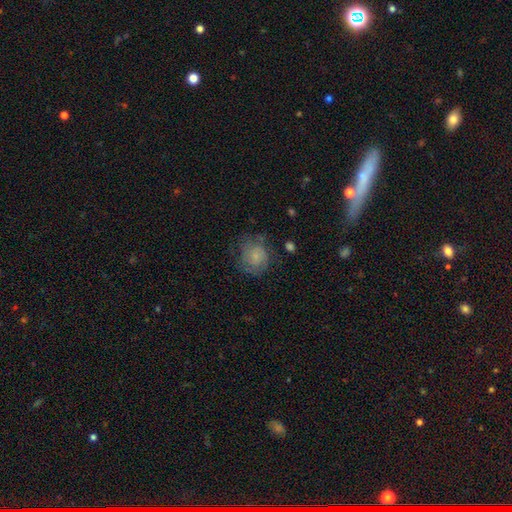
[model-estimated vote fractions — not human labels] smooth_or_featured: smooth (p=0.62) [alt: featured or disk p=0.29]
how_rounded: round (p=0.78) [alt: in between p=0.21]
merging: none (p=0.60) [alt: minor disturbance p=0.24]